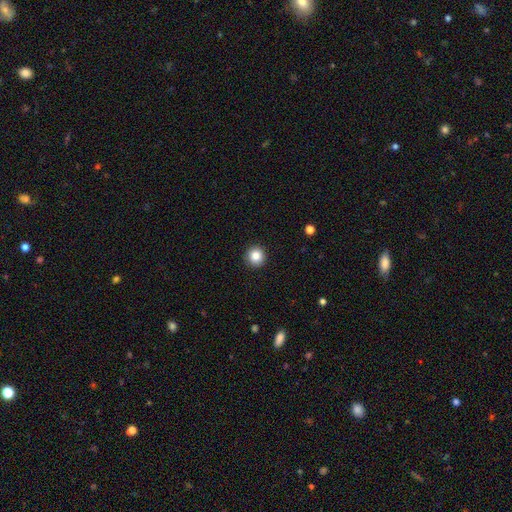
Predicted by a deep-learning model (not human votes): This is clearly a smooth galaxy (84%). How rounded: clearly round (94%). Merging: clearly none (92%).